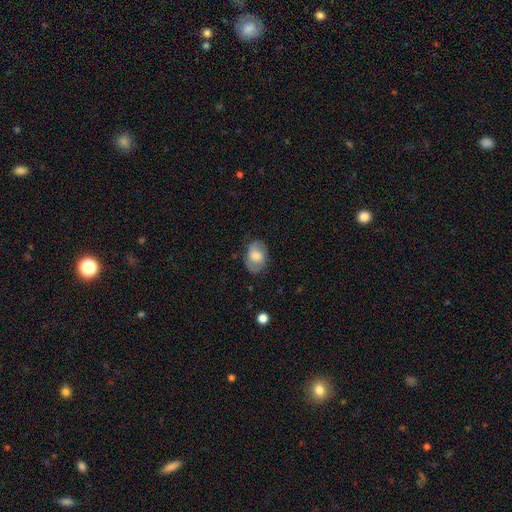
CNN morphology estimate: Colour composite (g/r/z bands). It shows a smooth galaxy with no disk features (62%) that is in between round and cigar-shaped (82%). Merging: none (73%).